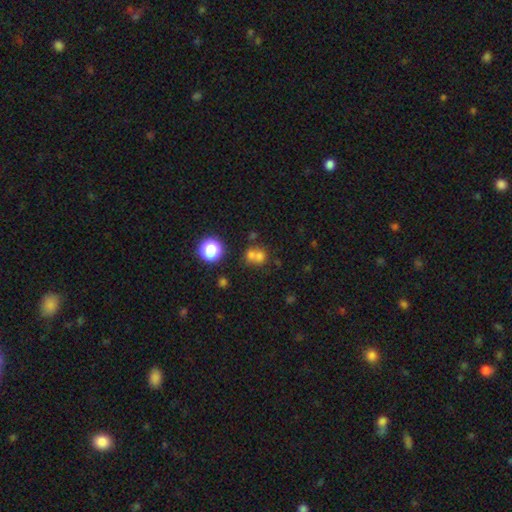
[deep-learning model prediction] Smooth or featured? Predicted: smooth (p=0.65). How rounded? Predicted: round (p=0.77). Merging? Predicted: merger (p=0.54).